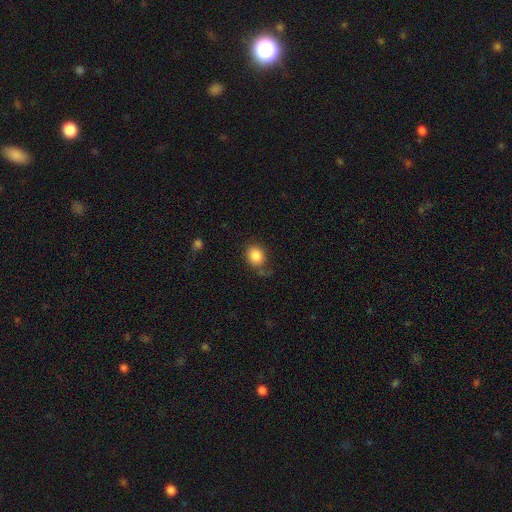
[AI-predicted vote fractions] Q: Smooth or featured?
A: smooth (84%); runner-up: star or artifact (9%)
Q: How rounded?
A: round (66%); runner-up: in between (33%)
Q: Merging?
A: none (68%); runner-up: minor disturbance (20%)